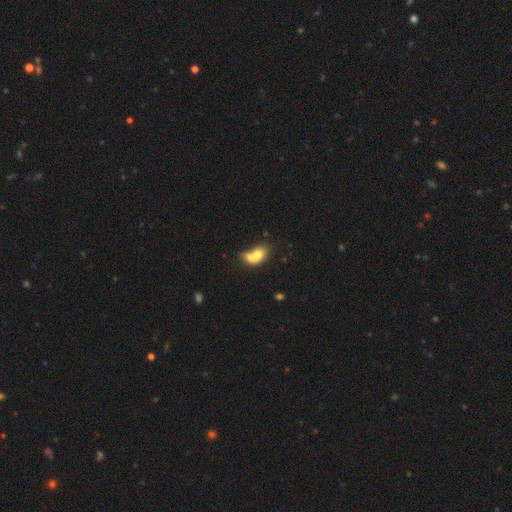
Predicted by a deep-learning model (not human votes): Smooth or featured: smooth — 69% (featured or disk — 23%)
How rounded: in between — 69% (round — 28%)
Merging: merger — 72% (none — 16%)